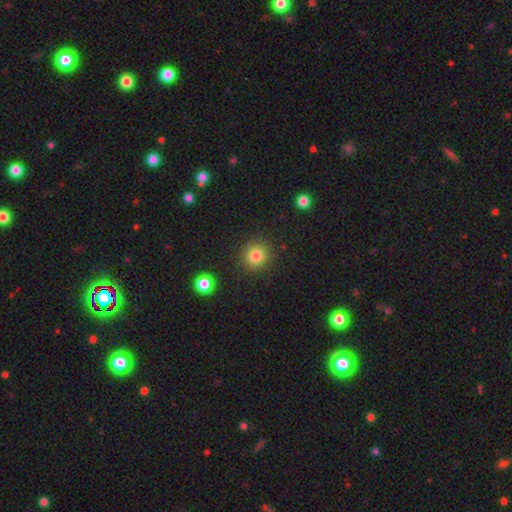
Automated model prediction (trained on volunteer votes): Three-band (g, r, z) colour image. It shows a smooth galaxy with no disk features (82%) that is round (91%). Merging: none (89%).